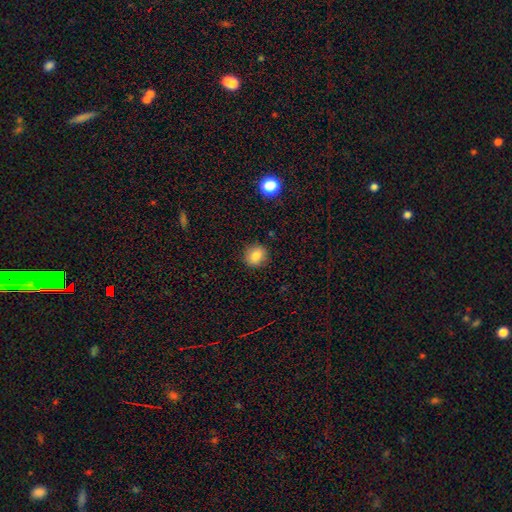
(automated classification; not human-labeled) This appears to be a smooth galaxy with no disk features (84%) that is round (82%). Merging: none (90%).